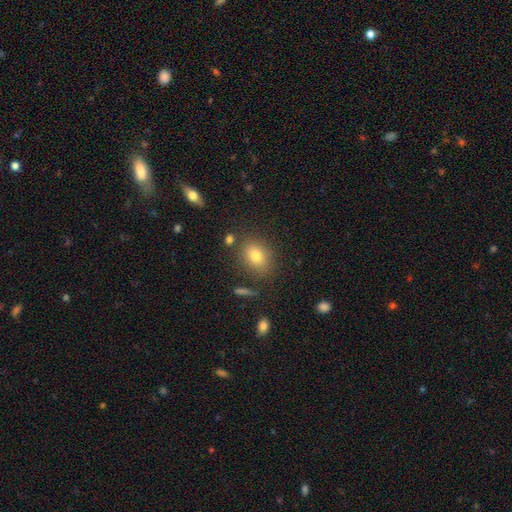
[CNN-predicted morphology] Smooth or featured?
  - smooth: 78% *
  - star or artifact: 11%
  - featured or disk: 10%
How rounded?
  - in between: 61% *
  - round: 37%
  - cigar-shaped: 2%
Merging?
  - none: 81% *
  - minor disturbance: 11%
  - merger: 4%
  - major disturbance: 4%